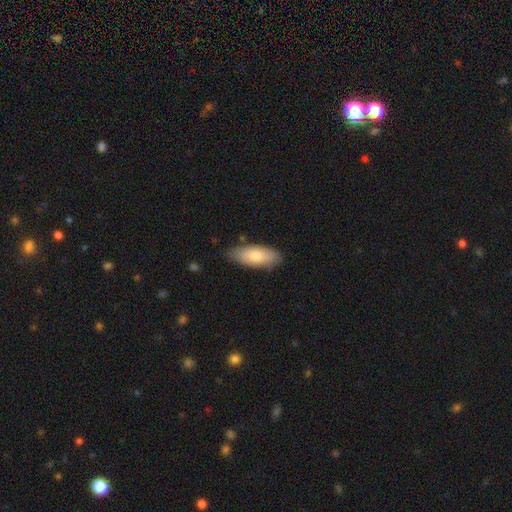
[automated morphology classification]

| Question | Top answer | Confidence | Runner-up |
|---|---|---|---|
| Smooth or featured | smooth | 79% | featured or disk (16%) |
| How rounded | in between | 83% | cigar-shaped (15%) |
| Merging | none | 77% | minor disturbance (19%) |